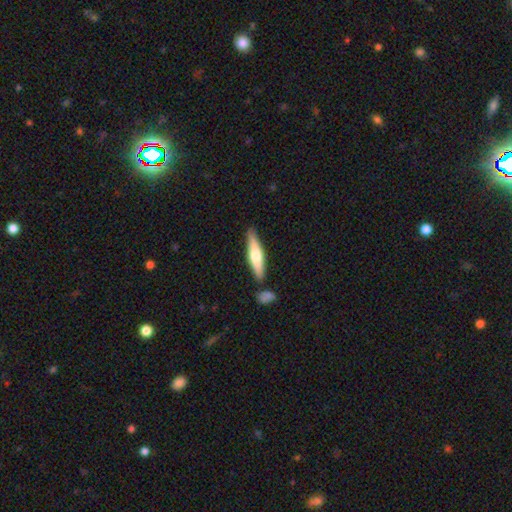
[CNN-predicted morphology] This is possibly a smooth galaxy (54%). How rounded: clearly cigar-shaped (81%). Merging: likely none (80%).